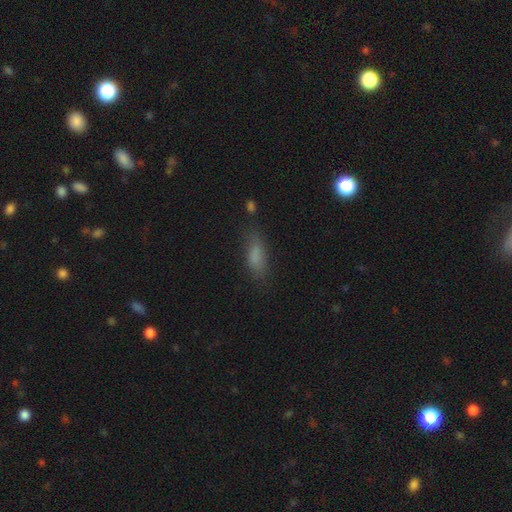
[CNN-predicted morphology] smooth-or-featured: smooth: 77% | star or artifact: 12% | featured or disk: 11%
  how-rounded: in between: 67% | cigar-shaped: 30% | round: 3%
  merging: none: 70% | minor disturbance: 19% | major disturbance: 8% | merger: 2%